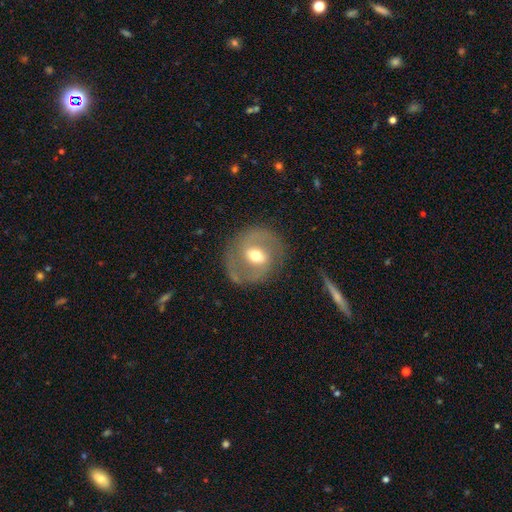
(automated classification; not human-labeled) smooth_or_featured: featured or disk (p=0.75) [alt: smooth p=0.19]
disk_edge_on: no (p=0.96) [alt: yes p=0.04]
bar: weak (p=0.50) [alt: strong p=0.29]
has_spiral_arms: yes (p=0.81) [alt: no p=0.19]
spiral_winding: medium (p=0.51) [alt: tight p=0.26]
spiral_arm_count: 2 (p=0.87) [alt: can't tell p=0.06]
bulge_size: moderate (p=0.72) [alt: small p=0.18]
merging: none (p=0.82) [alt: minor disturbance p=0.11]